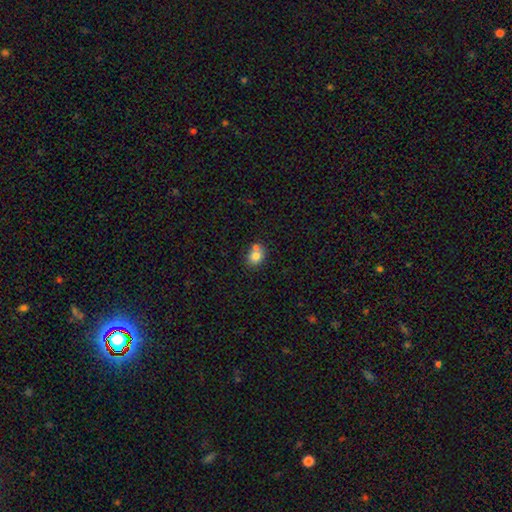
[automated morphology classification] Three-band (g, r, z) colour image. It shows a smooth galaxy with no disk features (78%) that is round (56%). Merging: none (50%).